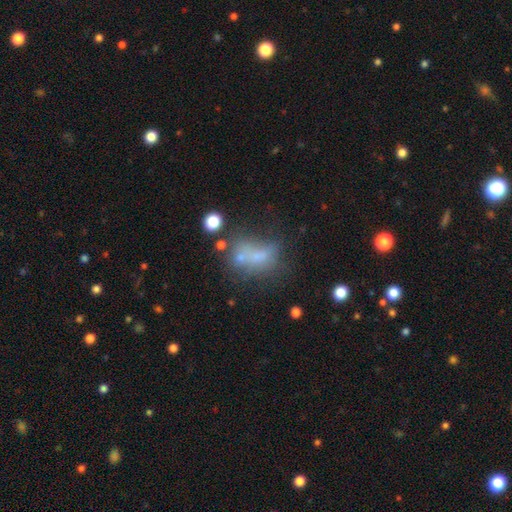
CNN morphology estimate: Smooth or featured: smooth — 49% (featured or disk — 31%)
Merging: none — 30% (merger — 27%)